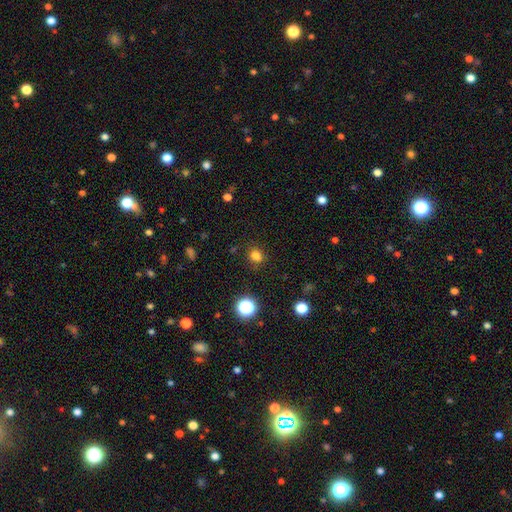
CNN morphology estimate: This appears to be a smooth galaxy with no disk features (79%) that is round (73%). Merging: none (82%).